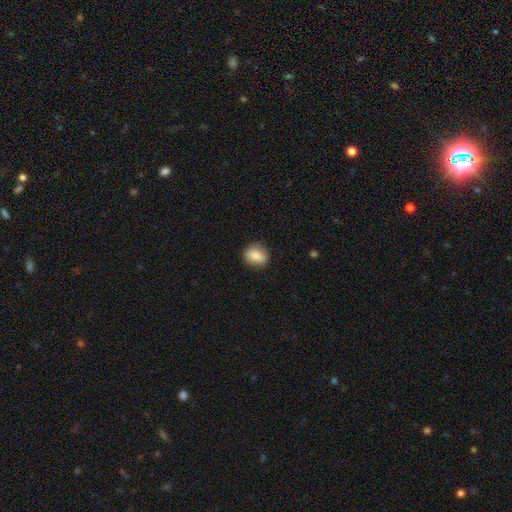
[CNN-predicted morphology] A smooth galaxy with no disk features (84%) that is round (61%).

Vote fractions:
- Smooth or featured? smooth: 84% / featured or disk: 8% / star or artifact: 8%
- How rounded? round: 61% / in between: 37% / cigar-shaped: 1%
- Merging? none: 84% / minor disturbance: 12% / major disturbance: 3% / merger: 1%